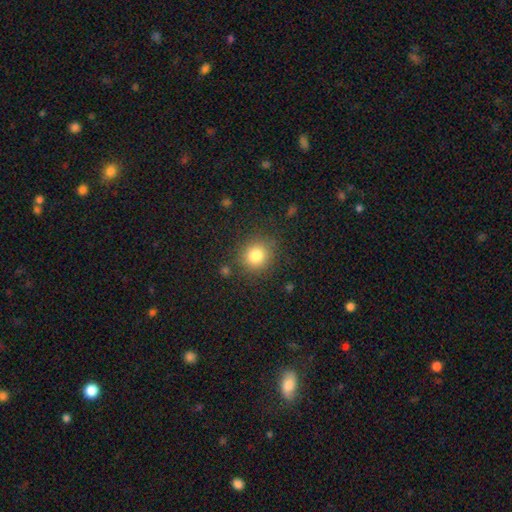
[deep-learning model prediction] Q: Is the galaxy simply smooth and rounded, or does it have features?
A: smooth — 81%.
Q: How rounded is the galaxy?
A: round — 85%.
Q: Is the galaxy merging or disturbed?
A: none — 85%.